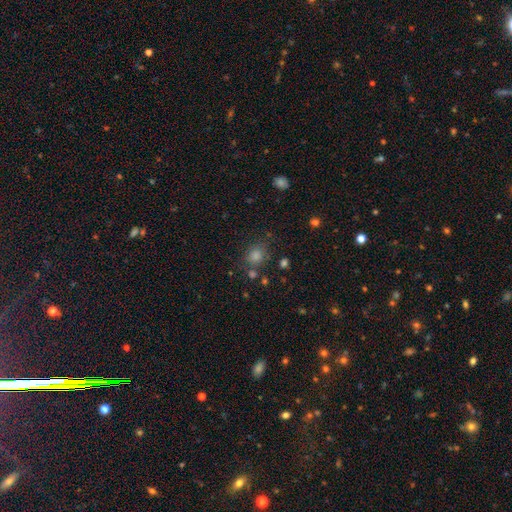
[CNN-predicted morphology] This appears to be a smooth galaxy with no disk features (67%) that is round (75%). Merging: none (77%).